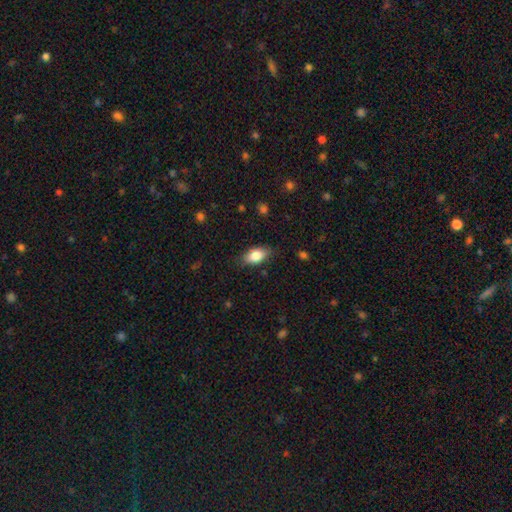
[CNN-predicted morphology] Smooth or featured? Predicted: smooth (p=0.82). How rounded? Predicted: in between (p=0.89). Merging? Predicted: none (p=0.81).